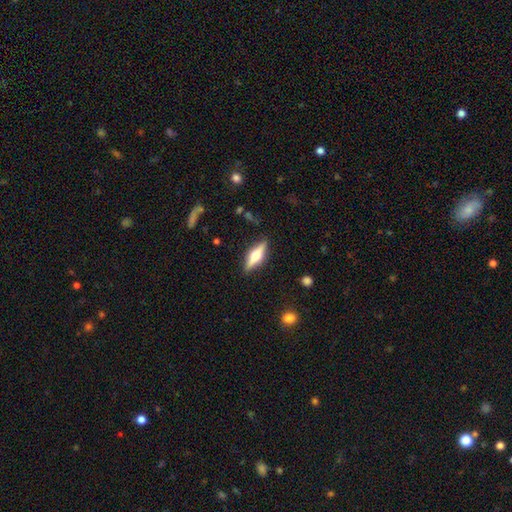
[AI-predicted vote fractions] Q: Smooth or featured?
A: featured or disk (64%); runner-up: smooth (30%)
Q: Edge-on disk?
A: yes (96%); runner-up: no (4%)
Q: Edge-on bulge?
A: rounded (94%); runner-up: boxy (4%)
Q: Merging?
A: none (88%); runner-up: minor disturbance (8%)